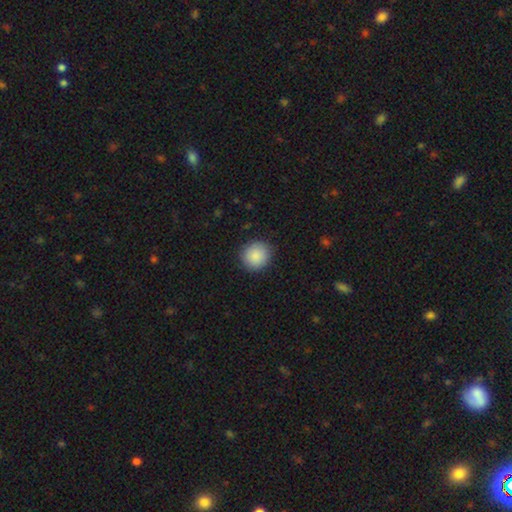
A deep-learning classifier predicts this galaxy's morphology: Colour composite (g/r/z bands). It shows a smooth galaxy with no disk features (89%) that is round (90%). Merging: none (90%).